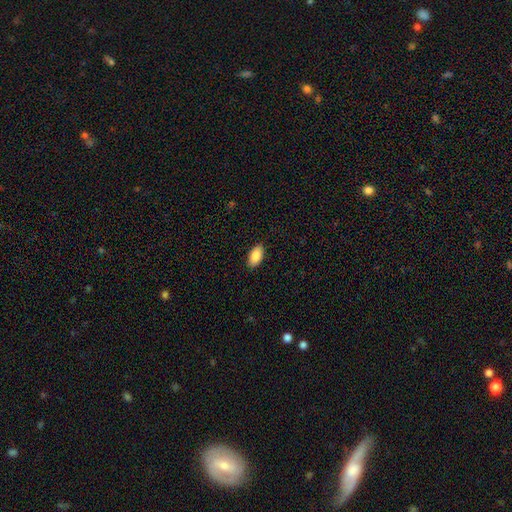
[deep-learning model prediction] Smooth or featured?
  - smooth: 87% *
  - star or artifact: 7%
  - featured or disk: 6%
How rounded?
  - in between: 93% *
  - cigar-shaped: 4%
  - round: 3%
Merging?
  - none: 88% *
  - minor disturbance: 9%
  - major disturbance: 2%
  - merger: 1%